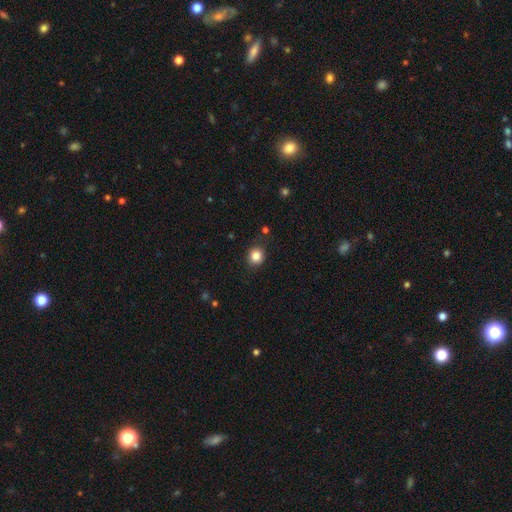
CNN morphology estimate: smooth-or-featured: smooth: 83% | star or artifact: 11% | featured or disk: 6%
  how-rounded: round: 81% | in between: 18% | cigar-shaped: 1%
  merging: none: 84% | minor disturbance: 11% | major disturbance: 3% | merger: 2%